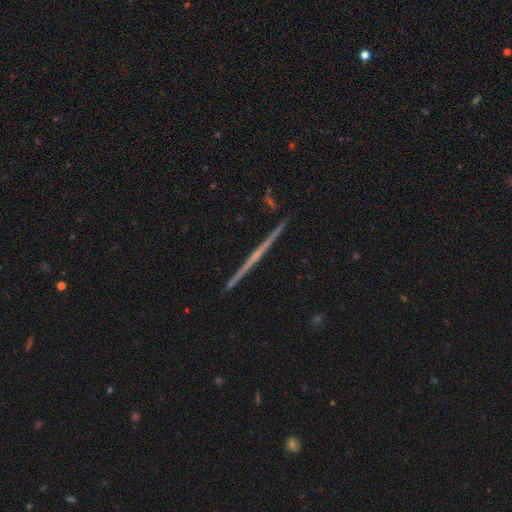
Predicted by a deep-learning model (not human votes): Smooth or featured: featured or disk — 75% (smooth — 17%)
Edge-on disk: yes — 98% (no — 2%)
Edge-on bulge: none — 59% (rounded — 33%)
Merging: none — 91% (minor disturbance — 6%)